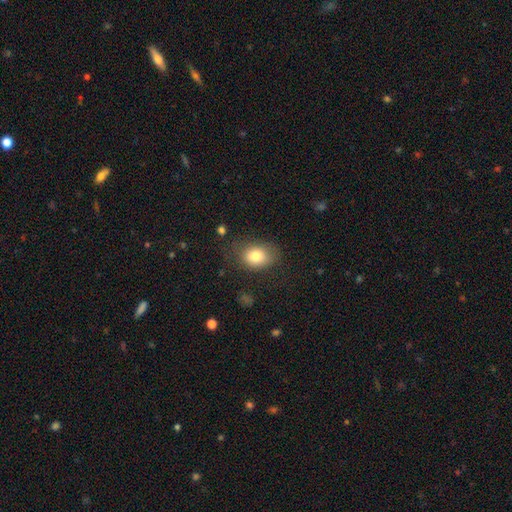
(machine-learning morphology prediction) A smooth galaxy with no disk features (79%) that is in between round and cigar-shaped (67%). Merging: none (71%).